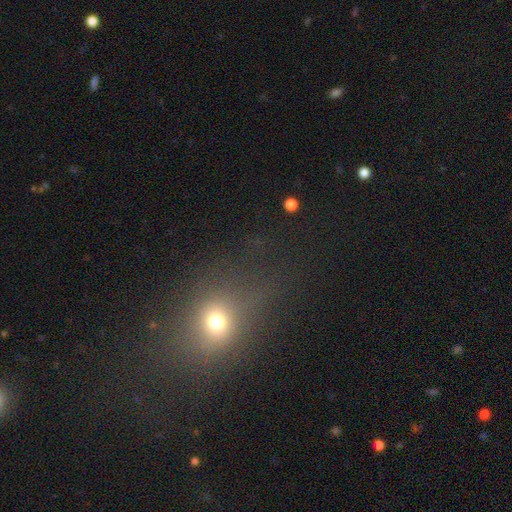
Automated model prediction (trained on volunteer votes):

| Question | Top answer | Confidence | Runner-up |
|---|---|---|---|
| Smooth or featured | smooth | 51% | star or artifact (36%) |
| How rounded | round | 50% | in between (46%) |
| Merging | none | 75% | minor disturbance (14%) |